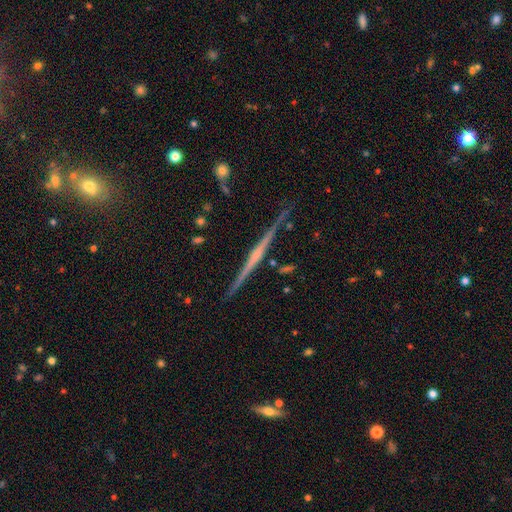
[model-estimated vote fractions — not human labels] smooth_or_featured: featured or disk (p=0.78) [alt: smooth p=0.15]
disk_edge_on: yes (p=0.98) [alt: no p=0.02]
edge_on_bulge: none (p=0.48) [alt: rounded p=0.39]
merging: none (p=0.89) [alt: minor disturbance p=0.08]